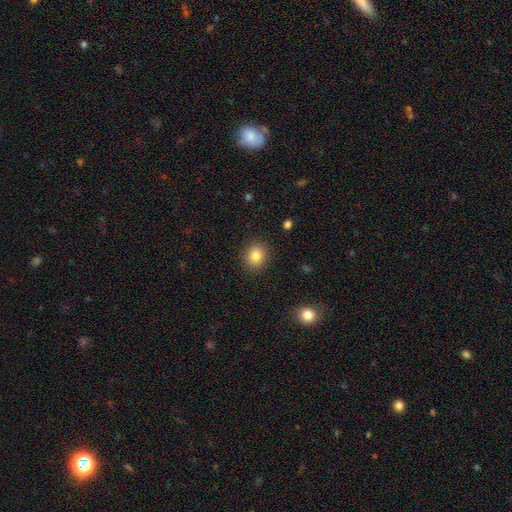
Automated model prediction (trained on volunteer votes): This is clearly a smooth galaxy (82%). How rounded: likely round (74%). Merging: clearly none (89%).